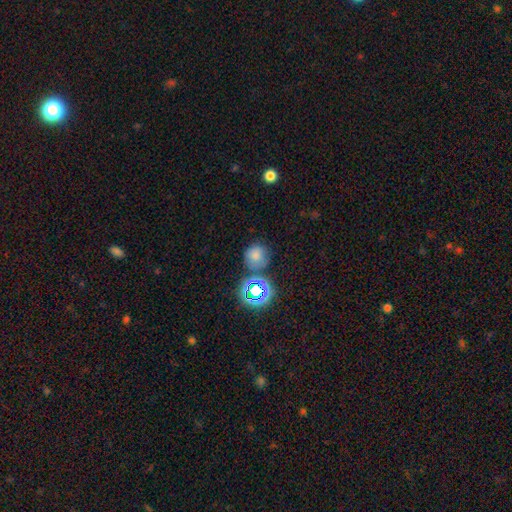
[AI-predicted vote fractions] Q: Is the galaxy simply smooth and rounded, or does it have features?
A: smooth — 70%.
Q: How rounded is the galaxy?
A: round — 88%.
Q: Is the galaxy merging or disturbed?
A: none — 68%.